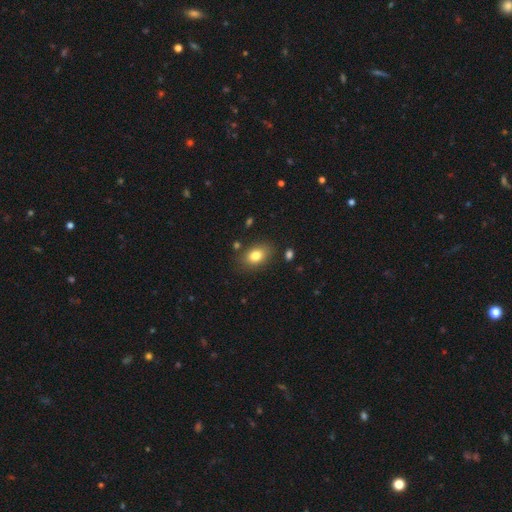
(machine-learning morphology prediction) Smooth or featured? Predicted: smooth (p=0.81). How rounded? Predicted: in between (p=0.79). Merging? Predicted: none (p=0.81).